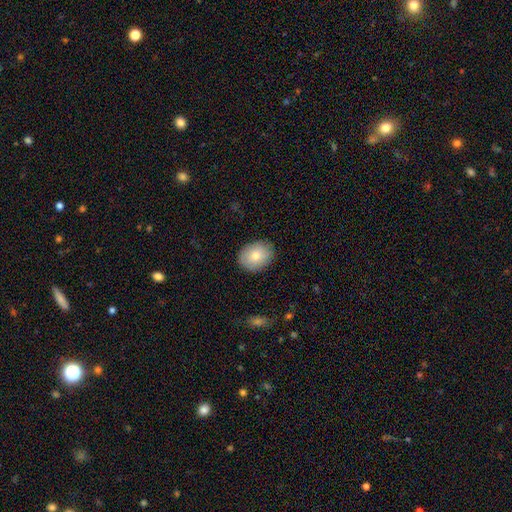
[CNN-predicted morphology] Smooth or featured?
  - smooth: 81% *
  - featured or disk: 12%
  - star or artifact: 7%
How rounded?
  - in between: 62% *
  - round: 37%
  - cigar-shaped: 1%
Merging?
  - none: 87% *
  - minor disturbance: 10%
  - major disturbance: 2%
  - merger: 1%